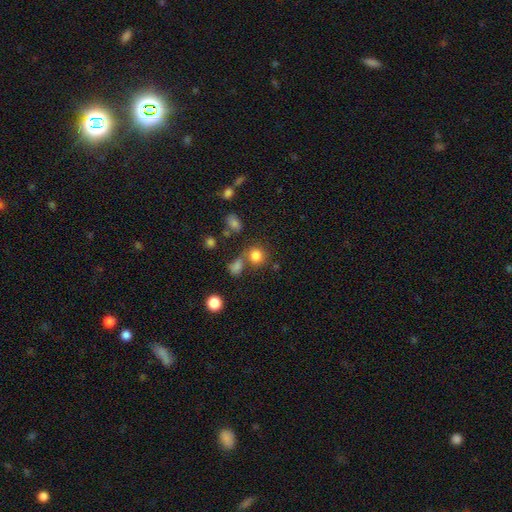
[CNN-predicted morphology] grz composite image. It shows a smooth galaxy with no disk features (80%) that is round (81%). Merging: none (61%).